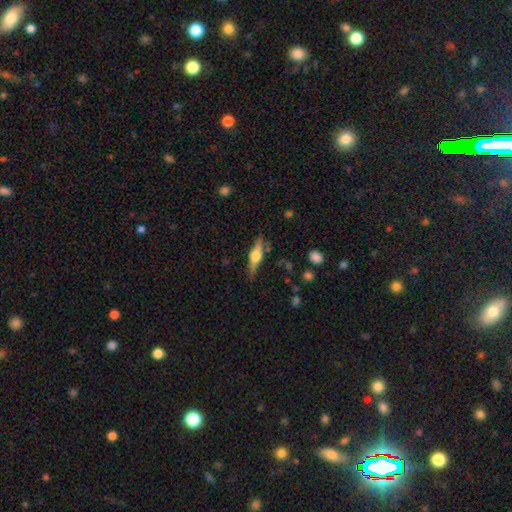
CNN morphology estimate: smooth-or-featured: featured or disk: 68% | smooth: 25% | star or artifact: 7%
  disk-edge-on: yes: 96% | no: 4%
    edge-on-bulge: rounded: 92% | boxy: 6% | none: 2%
  merging: none: 81% | minor disturbance: 13% | major disturbance: 3% | merger: 2%